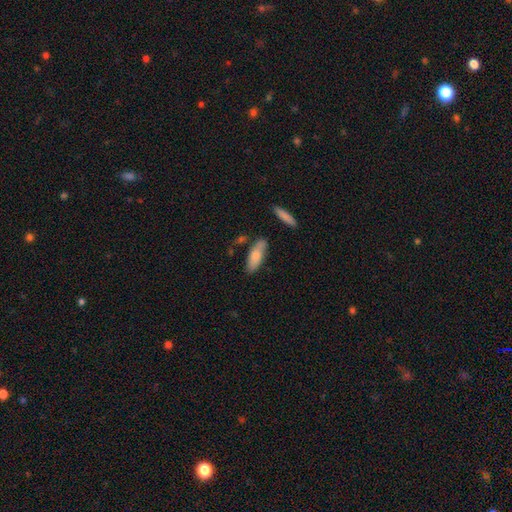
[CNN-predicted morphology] Smooth or featured? Predicted: smooth (p=0.75). How rounded? Predicted: in between (p=0.63). Merging? Predicted: none (p=0.70).